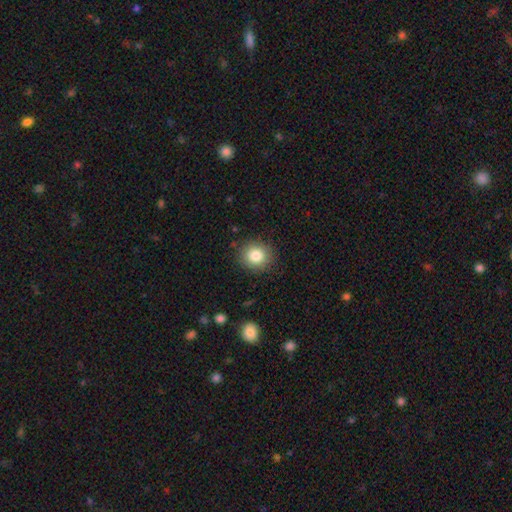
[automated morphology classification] smooth 82%, star or artifact 10%, featured or disk 7%. Down the decision tree: how rounded — round (87%); merging — none (89%).